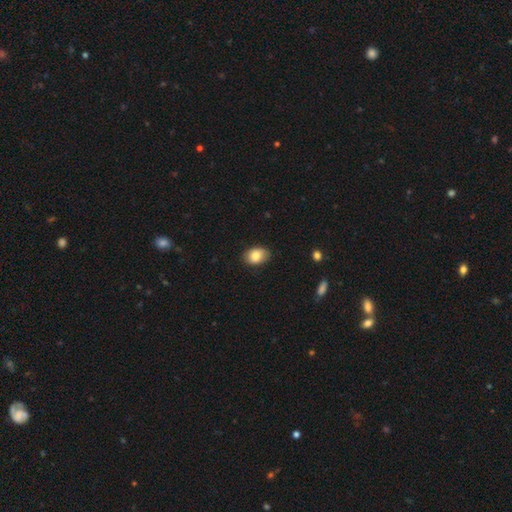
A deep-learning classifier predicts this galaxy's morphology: This appears to be a smooth galaxy with no disk features (83%) that is in between round and cigar-shaped (82%). Merging: none (81%).